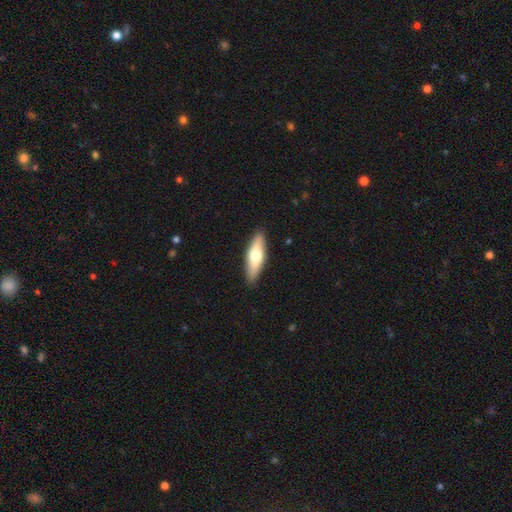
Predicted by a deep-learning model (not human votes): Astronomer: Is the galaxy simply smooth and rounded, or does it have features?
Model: smooth — 60%.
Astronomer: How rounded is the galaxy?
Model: cigar-shaped — 52% (runner-up: in between, 45%).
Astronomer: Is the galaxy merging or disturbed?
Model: none — 89%.